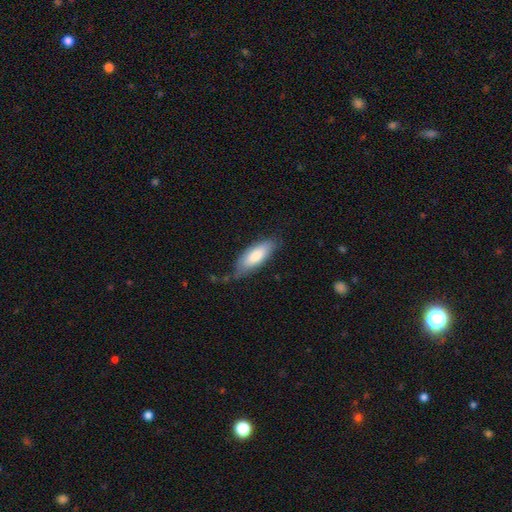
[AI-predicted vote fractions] This appears to be a smooth galaxy with no disk features (79%) that is in between round and cigar-shaped (71%). Merging: none (65%).